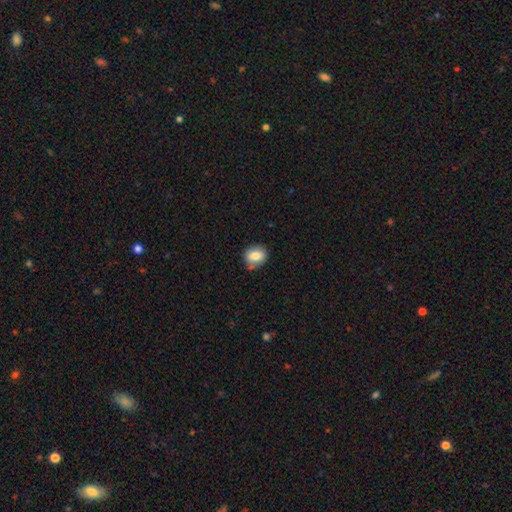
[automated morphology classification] Smooth or featured: smooth — 82% (featured or disk — 9%)
How rounded: round — 58% (in between — 40%)
Merging: none — 75% (minor disturbance — 16%)